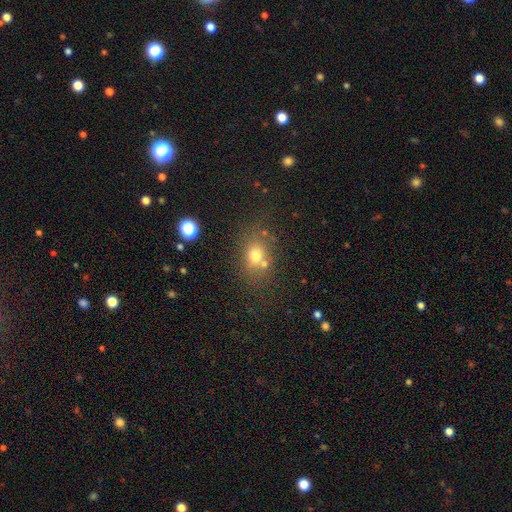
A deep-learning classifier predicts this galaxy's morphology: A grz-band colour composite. It shows a smooth galaxy with no disk features (69%) that is round (53%). Merging: none (62%).